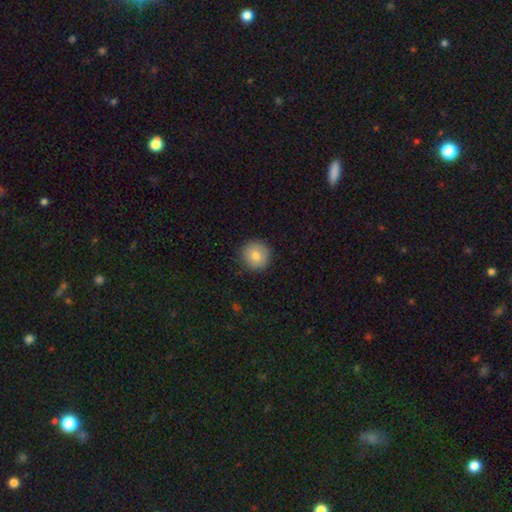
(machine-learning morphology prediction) A smooth galaxy with no disk features (80%) that is round (94%). Merging: none (88%).